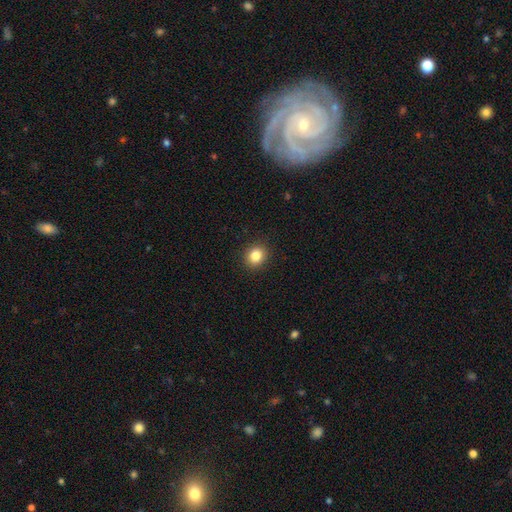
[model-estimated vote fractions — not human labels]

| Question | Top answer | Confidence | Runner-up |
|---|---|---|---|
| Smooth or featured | smooth | 84% | star or artifact (11%) |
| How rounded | round | 74% | in between (26%) |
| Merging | none | 91% | minor disturbance (6%) |